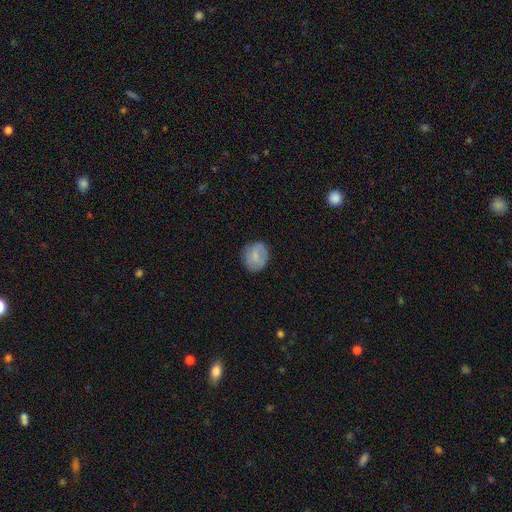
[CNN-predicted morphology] Q: Smooth or featured?
A: smooth (69%); runner-up: featured or disk (24%)
Q: How rounded?
A: round (69%); runner-up: in between (30%)
Q: Merging?
A: none (79%); runner-up: minor disturbance (16%)